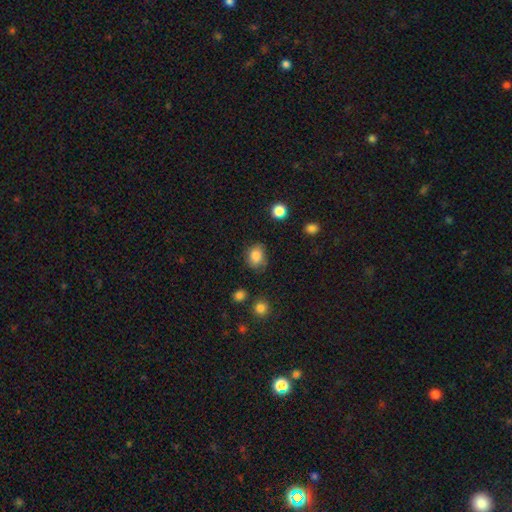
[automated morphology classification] smooth-or-featured: smooth: 84% | star or artifact: 10% | featured or disk: 6%
  how-rounded: round: 52% | in between: 47% | cigar-shaped: 1%
  merging: none: 72% | minor disturbance: 20% | major disturbance: 5% | merger: 3%